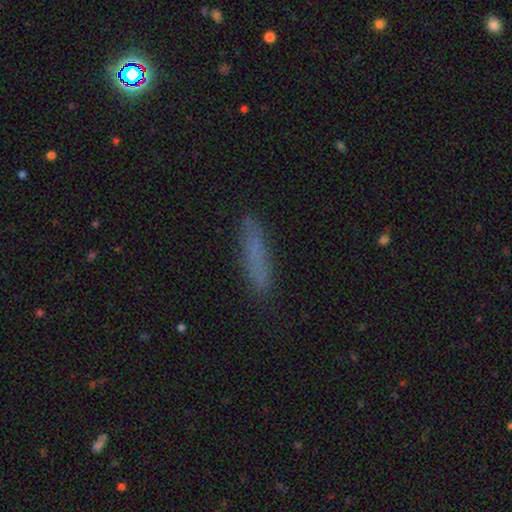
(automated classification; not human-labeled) Q: Smooth or featured?
A: smooth (68%); runner-up: featured or disk (17%)
Q: How rounded?
A: cigar-shaped (84%); runner-up: in between (14%)
Q: Merging?
A: none (86%); runner-up: minor disturbance (10%)